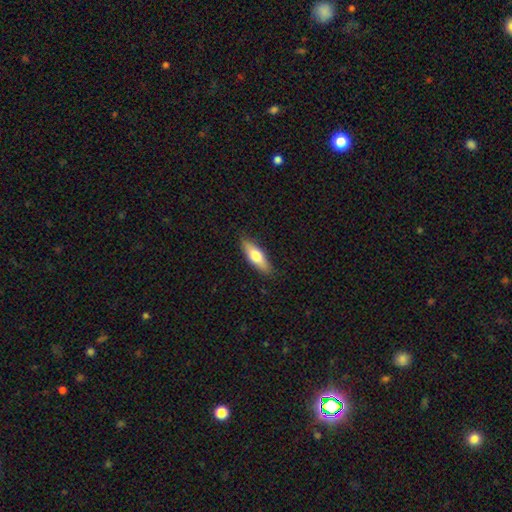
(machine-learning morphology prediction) Q: Smooth or featured?
A: smooth (64%); runner-up: featured or disk (30%)
Q: How rounded?
A: in between (54%); runner-up: cigar-shaped (43%)
Q: Merging?
A: none (87%); runner-up: minor disturbance (10%)